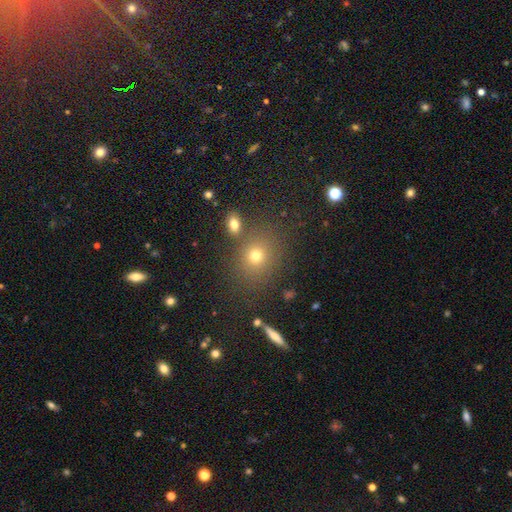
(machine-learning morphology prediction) smooth_or_featured: smooth (p=0.69) [alt: star or artifact p=0.19]
how_rounded: round (p=0.70) [alt: in between p=0.28]
merging: none (p=0.78) [alt: minor disturbance p=0.10]